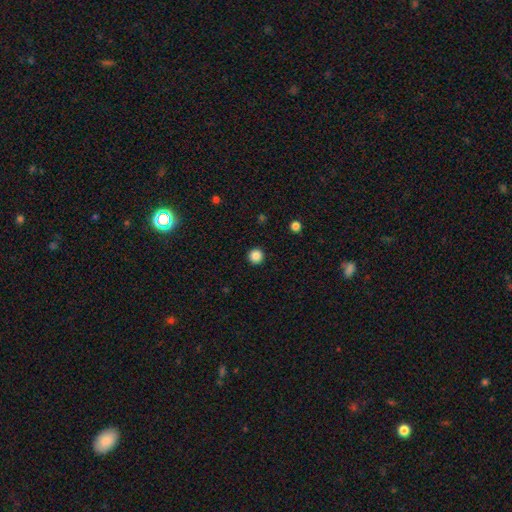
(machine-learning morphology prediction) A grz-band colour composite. It shows a smooth galaxy with no disk features (86%) that is round (96%). Merging: none (94%).